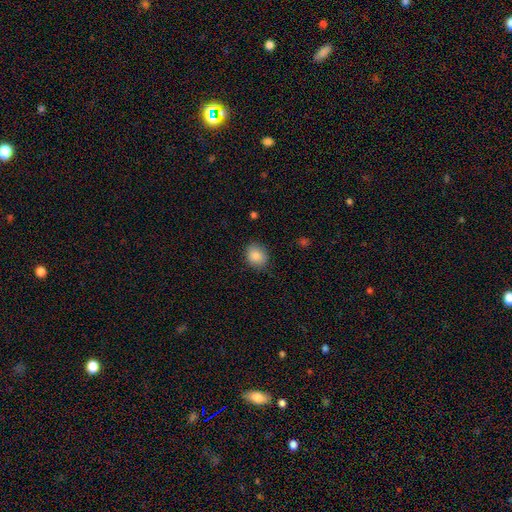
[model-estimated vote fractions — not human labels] A smooth galaxy with no disk features (87%) that is round (63%).

Vote fractions:
- Smooth or featured? smooth: 87% / star or artifact: 8% / featured or disk: 5%
- How rounded? round: 63% / in between: 36% / cigar-shaped: 1%
- Merging? none: 82% / minor disturbance: 14% / major disturbance: 3% / merger: 1%